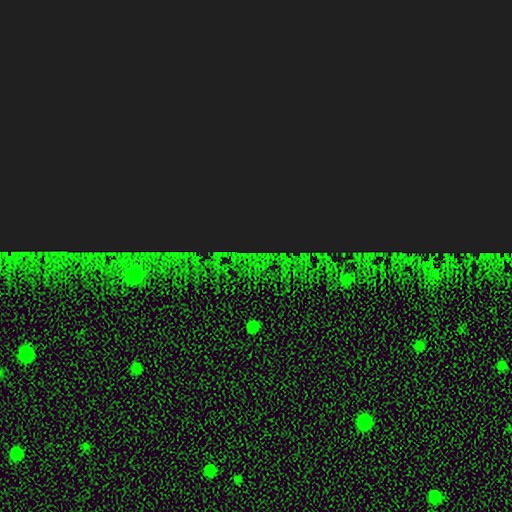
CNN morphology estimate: A star or artifact, not a galaxy (84%).

Vote fractions:
- Smooth or featured? star or artifact: 84% / featured or disk: 8% / smooth: 8%